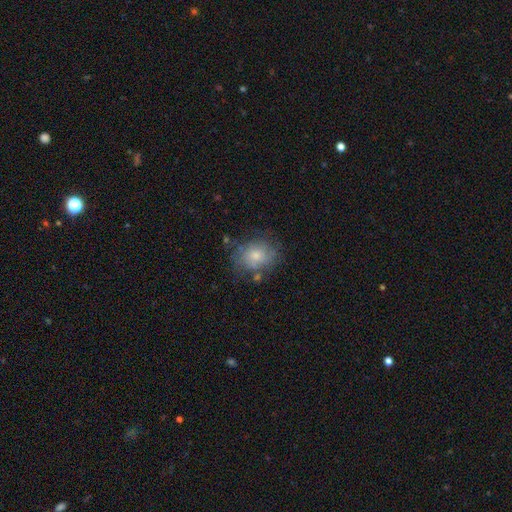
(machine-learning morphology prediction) The model was most divided on "how rounded": round: 58%, in between: 41%, cigar-shaped: 1%. More confident: smooth or featured — smooth (64%); merging — none (60%).